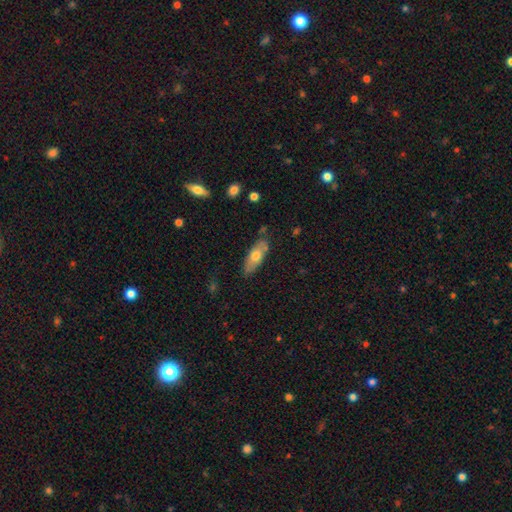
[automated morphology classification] smooth_or_featured: smooth (p=0.64) [alt: featured or disk p=0.30]
how_rounded: in between (p=0.70) [alt: cigar-shaped p=0.27]
merging: none (p=0.76) [alt: minor disturbance p=0.17]